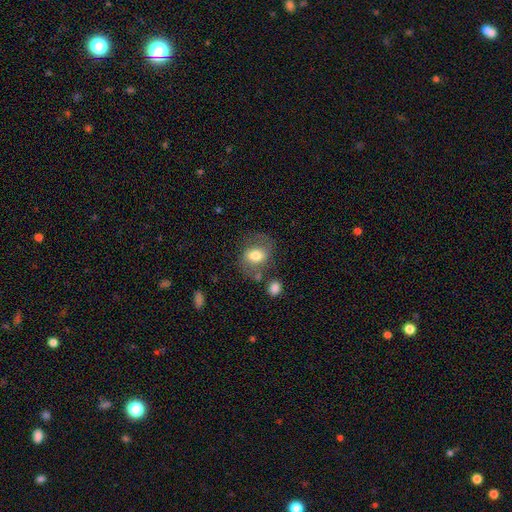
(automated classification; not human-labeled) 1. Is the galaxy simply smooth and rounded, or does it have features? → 62% smooth, 30% featured or disk, 8% star or artifact.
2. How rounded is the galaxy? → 59% in between, 40% round, 1% cigar-shaped.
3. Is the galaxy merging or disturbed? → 59% none, 20% minor disturbance, 12% major disturbance, 8% merger.